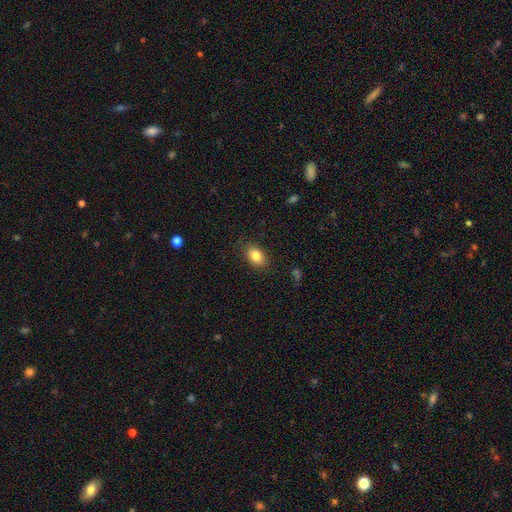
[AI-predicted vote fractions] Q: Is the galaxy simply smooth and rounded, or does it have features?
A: smooth — 83%.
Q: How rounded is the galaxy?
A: in between — 85%.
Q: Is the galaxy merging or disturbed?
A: none — 85%.